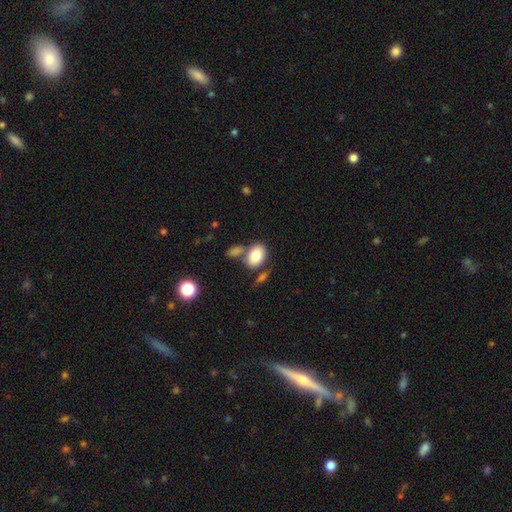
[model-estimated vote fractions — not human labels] A smooth galaxy with no disk features (82%) that is in between round and cigar-shaped (83%).

Vote fractions:
- Smooth or featured? smooth: 82% / featured or disk: 11% / star or artifact: 8%
- How rounded? in between: 83% / round: 16% / cigar-shaped: 1%
- Merging? none: 57% / merger: 24% / minor disturbance: 14% / major disturbance: 5%